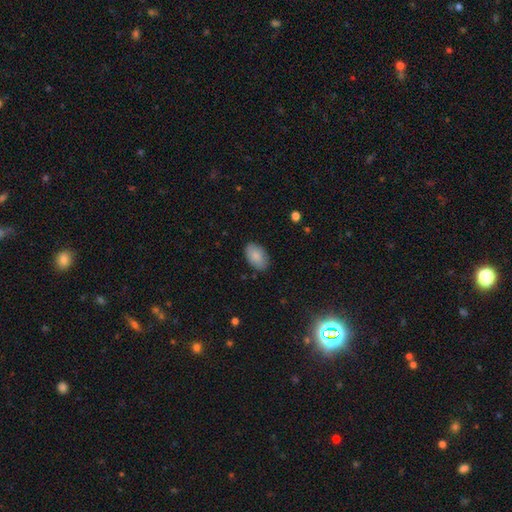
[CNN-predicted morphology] smooth-or-featured: smooth: 86% | featured or disk: 7% | star or artifact: 6%
  how-rounded: in between: 93% | round: 6% | cigar-shaped: 1%
  merging: none: 85% | minor disturbance: 12% | major disturbance: 2% | merger: 1%